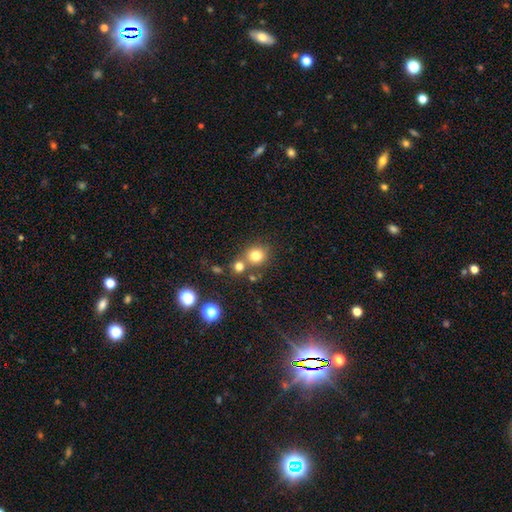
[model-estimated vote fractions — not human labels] Smooth or featured? Predicted: smooth (p=0.79). How rounded? Predicted: round (p=0.87). Merging? Predicted: none (p=0.65).